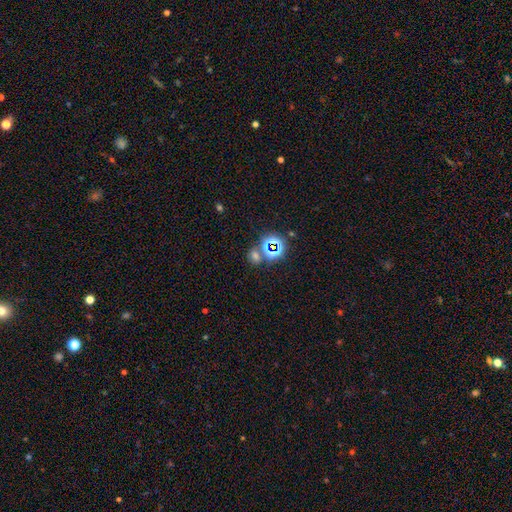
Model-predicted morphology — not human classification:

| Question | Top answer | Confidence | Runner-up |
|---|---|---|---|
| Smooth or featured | star or artifact | 50% | smooth (42%) |